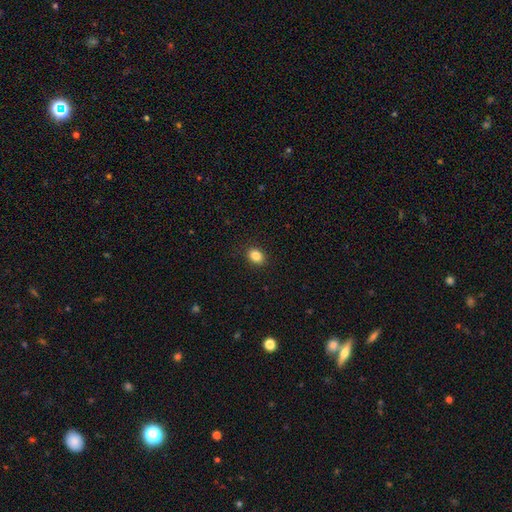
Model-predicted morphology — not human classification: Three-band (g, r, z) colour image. It shows a smooth galaxy with no disk features (86%) that is in between round and cigar-shaped (62%). Merging: none (90%).